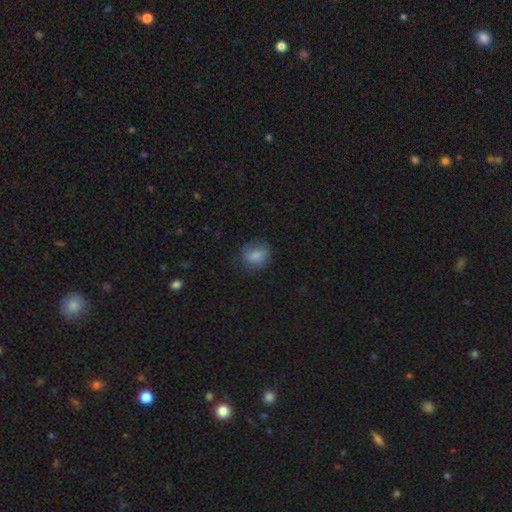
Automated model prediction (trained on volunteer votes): This is clearly a smooth galaxy (83%). How rounded: likely round (62%). Merging: likely none (74%).